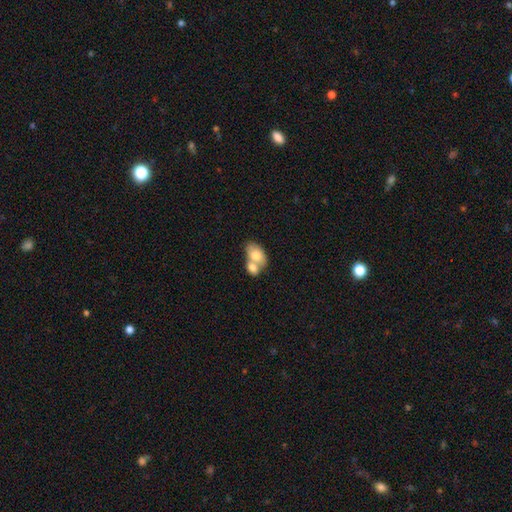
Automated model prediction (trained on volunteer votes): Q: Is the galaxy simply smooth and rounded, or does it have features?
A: smooth — 75%.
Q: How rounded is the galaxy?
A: in between — 87%.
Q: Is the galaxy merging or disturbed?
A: merger — 67%.